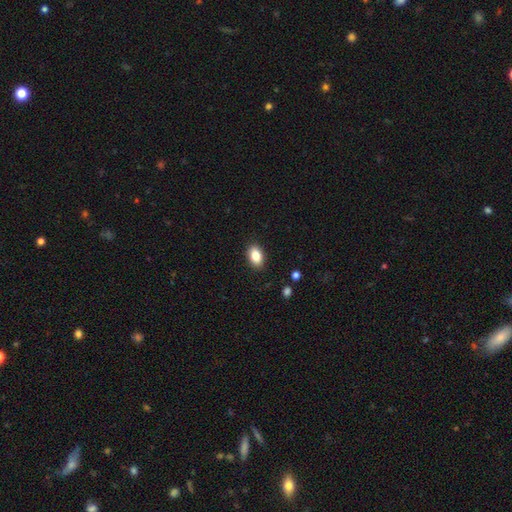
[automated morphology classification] The model was most divided on "smooth or featured": smooth: 84%, featured or disk: 8%, star or artifact: 8%. More confident: merging — none (88%); how rounded — in between (88%).